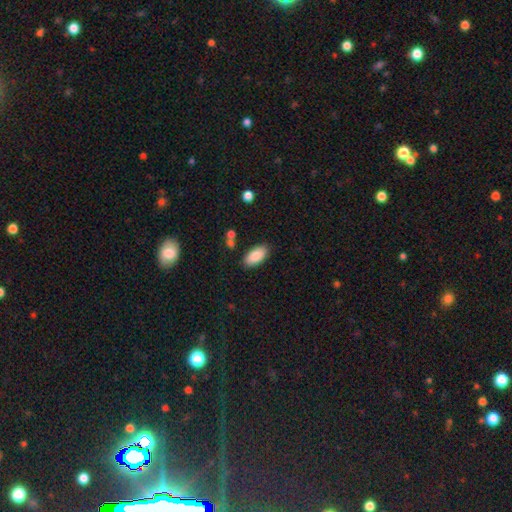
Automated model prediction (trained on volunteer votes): A smooth galaxy with no disk features (87%) that is in between round and cigar-shaped (92%). Merging: none (84%).